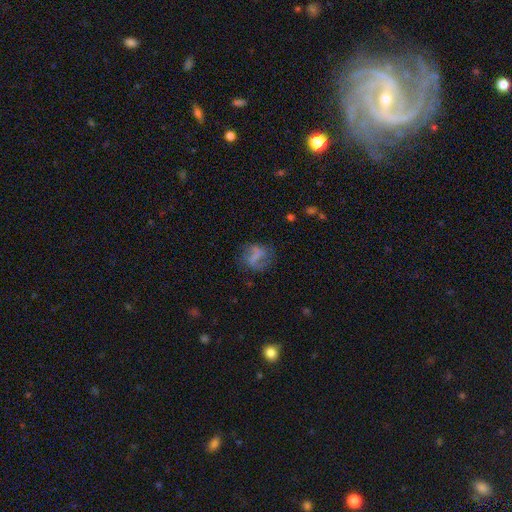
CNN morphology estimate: This appears to be a smooth galaxy with no disk features (46%). Merging: none (58%).